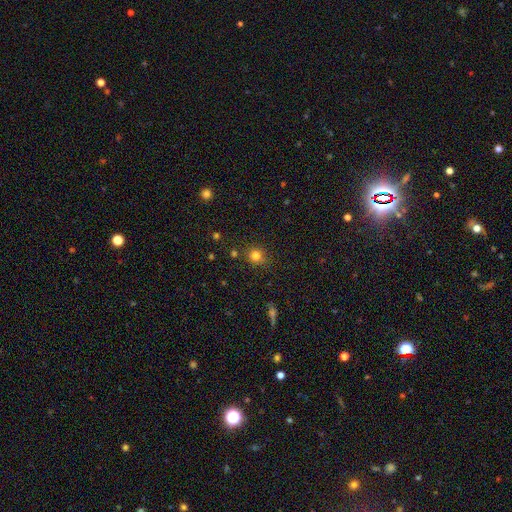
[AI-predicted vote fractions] Smooth or featured?
  - smooth: 80% *
  - star or artifact: 15%
  - featured or disk: 6%
How rounded?
  - round: 87% *
  - in between: 12%
  - cigar-shaped: 1%
Merging?
  - none: 82% *
  - minor disturbance: 11%
  - merger: 4%
  - major disturbance: 3%